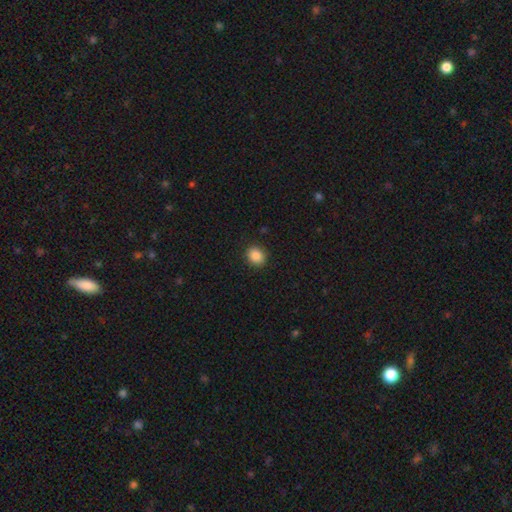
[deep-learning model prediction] smooth 87%, star or artifact 9%, featured or disk 3%. Down the decision tree: how rounded — round (67%); merging — none (89%).